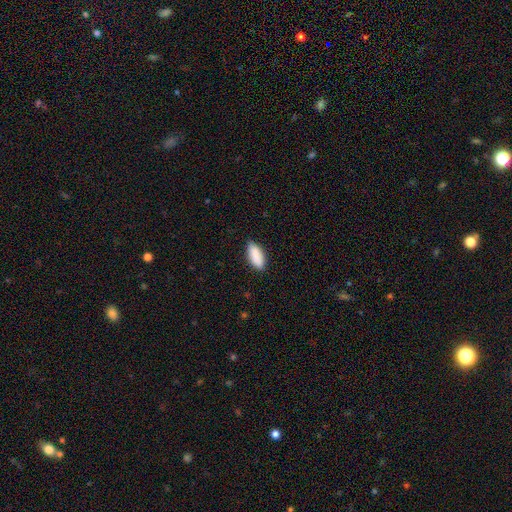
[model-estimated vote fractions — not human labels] Morphology: type=smooth (89%); roundness=in between (86%); merging=none (81%).